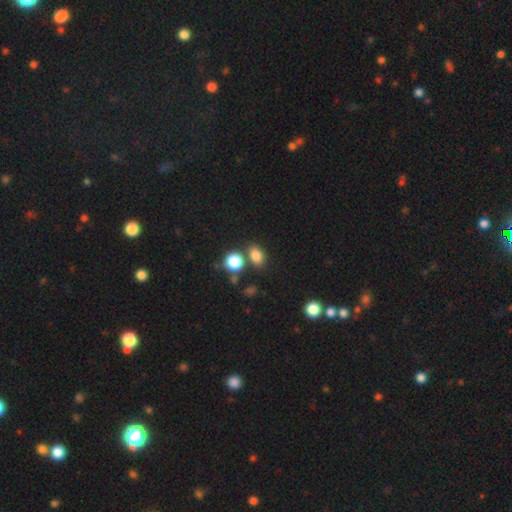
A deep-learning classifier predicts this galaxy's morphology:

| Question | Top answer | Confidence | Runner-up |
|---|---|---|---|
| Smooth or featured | smooth | 81% | star or artifact (12%) |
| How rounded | in between | 66% | round (32%) |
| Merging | none | 64% | merger (20%) |